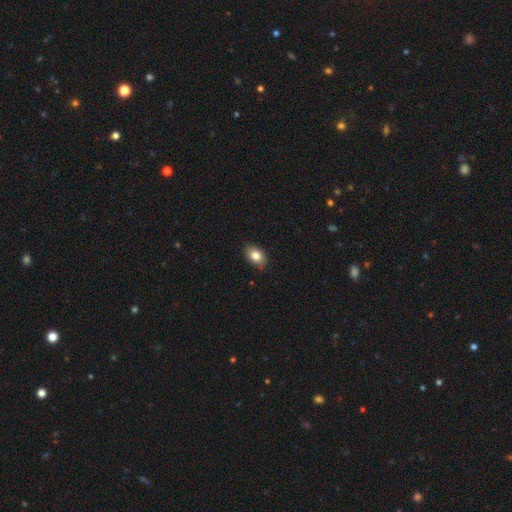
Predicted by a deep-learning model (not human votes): This appears to be a smooth galaxy with no disk features (82%) that is in between round and cigar-shaped (84%). Merging: none (82%).